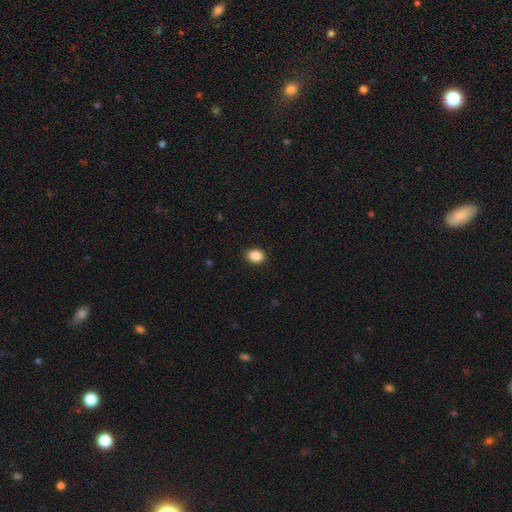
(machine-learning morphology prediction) smooth-or-featured: smooth: 89% | star or artifact: 8% | featured or disk: 3%
  how-rounded: in between: 58% | round: 41% | cigar-shaped: 1%
  merging: none: 90% | minor disturbance: 7% | major disturbance: 2% | merger: 1%